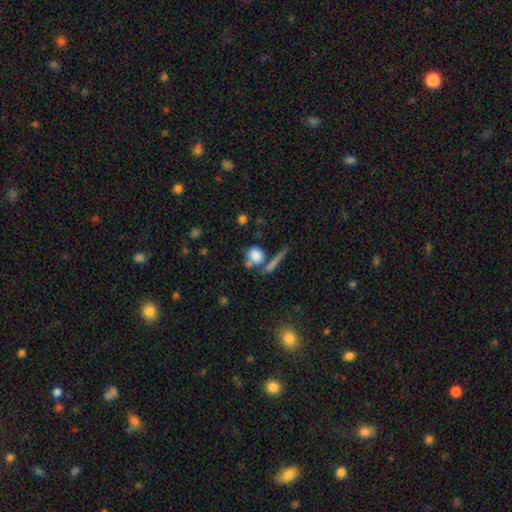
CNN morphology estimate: Q: Smooth or featured?
A: smooth (80%); runner-up: featured or disk (11%)
Q: How rounded?
A: round (67%); runner-up: in between (28%)
Q: Merging?
A: none (52%); runner-up: merger (26%)